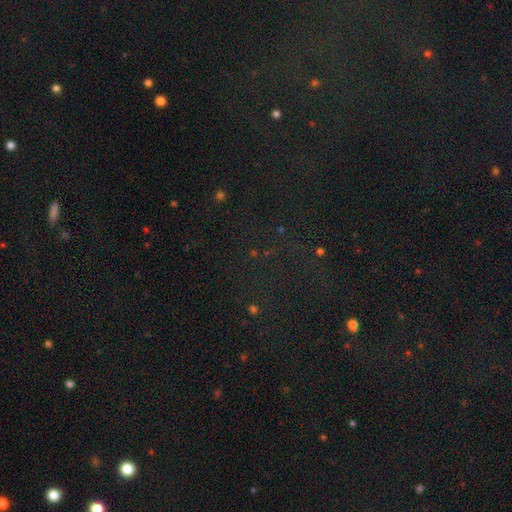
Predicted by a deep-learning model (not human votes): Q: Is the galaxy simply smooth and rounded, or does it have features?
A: star or artifact — 77%.